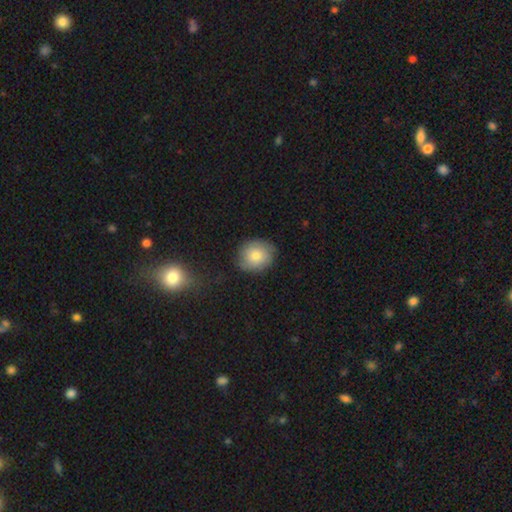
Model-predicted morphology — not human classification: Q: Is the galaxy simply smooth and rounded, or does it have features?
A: smooth — 77%.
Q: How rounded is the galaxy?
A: round — 72%.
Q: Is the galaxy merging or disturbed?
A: none — 80%.